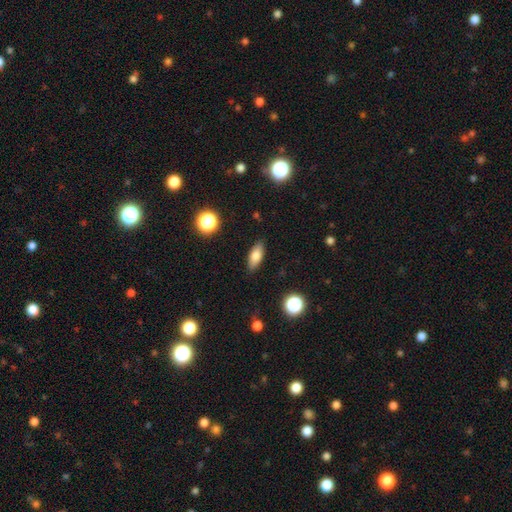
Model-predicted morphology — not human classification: Smooth or featured: smooth — 78% (featured or disk — 14%)
How rounded: in between — 79% (cigar-shaped — 17%)
Merging: none — 87% (minor disturbance — 9%)